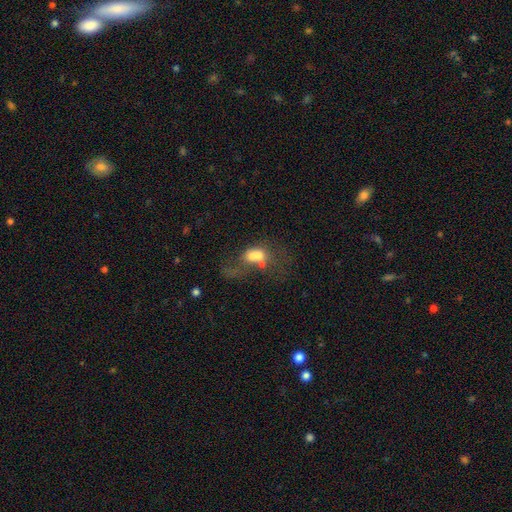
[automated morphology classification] A smooth galaxy with no disk features (54%) that is in between round and cigar-shaped (65%). Merging: merger (57%).